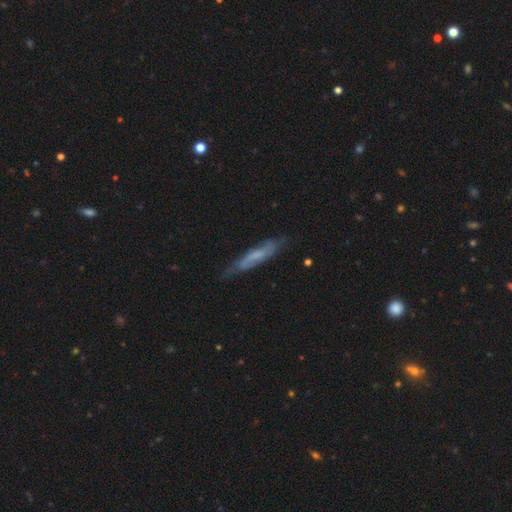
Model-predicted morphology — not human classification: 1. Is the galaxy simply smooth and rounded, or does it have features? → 50% featured or disk, 42% smooth, 8% star or artifact.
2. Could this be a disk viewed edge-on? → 56% yes, 44% no.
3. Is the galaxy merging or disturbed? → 70% none, 22% minor disturbance, 6% major disturbance, 2% merger.